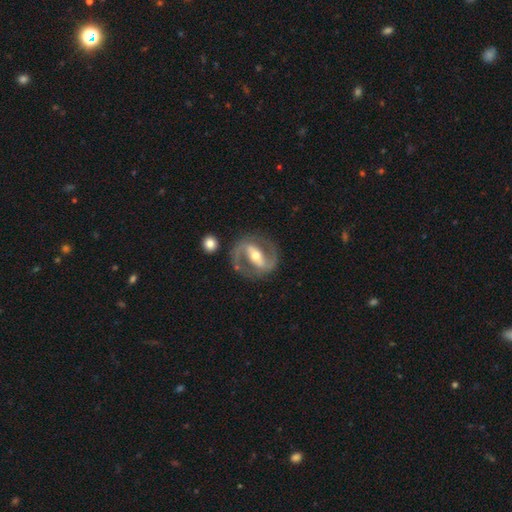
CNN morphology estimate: Overall: featured or disk (89%). Edge-on disk: no (96%). Bar: strong (66%). Spiral arms: yes (94%). Spiral arm count: 2 (93%). Spiral winding: medium (57%; tight 26%). Bulge size: moderate (68%). Merging: none (83%).